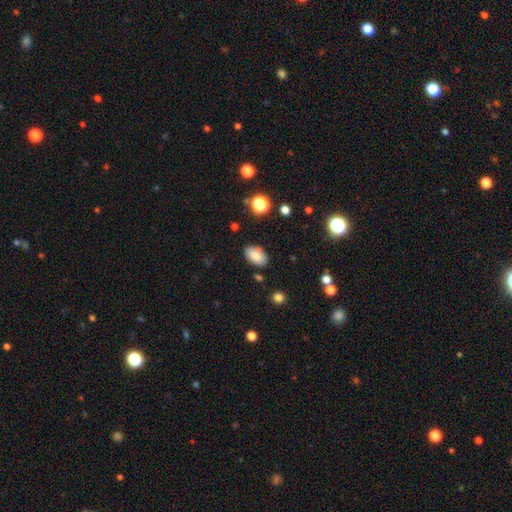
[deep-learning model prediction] Smooth or featured? smooth (83%)
How rounded? in between (91%)
Merging? none (83%)